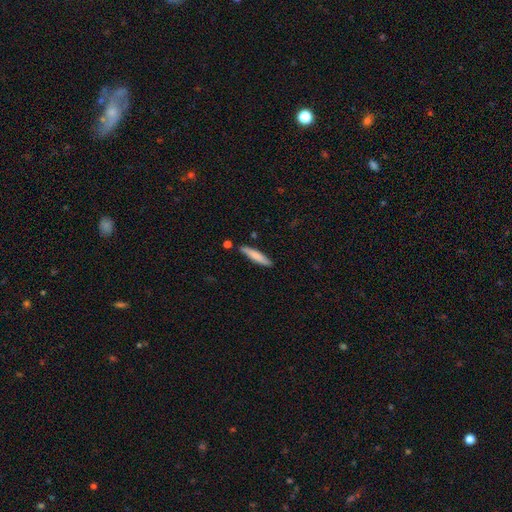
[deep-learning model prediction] smooth 77%, featured or disk 18%, star or artifact 6%. Down the decision tree: how rounded — cigar-shaped (88%); merging — none (83%).